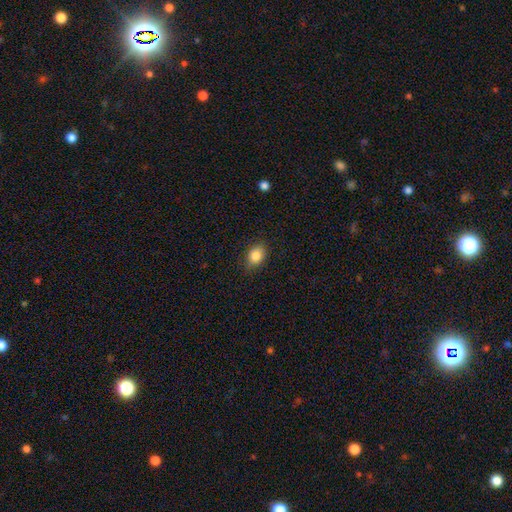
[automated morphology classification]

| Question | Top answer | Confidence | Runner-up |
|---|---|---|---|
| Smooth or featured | smooth | 85% | star or artifact (9%) |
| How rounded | in between | 71% | round (27%) |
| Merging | none | 83% | minor disturbance (13%) |